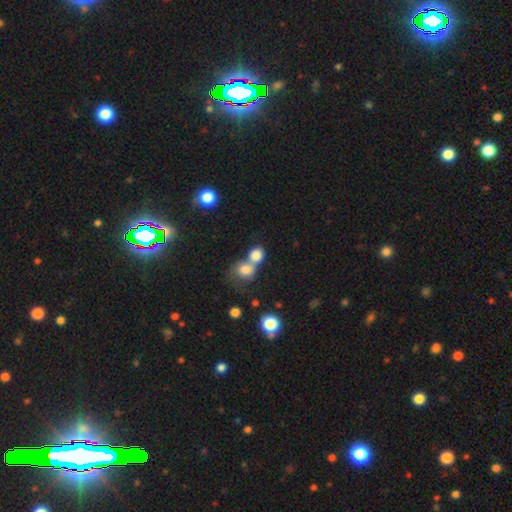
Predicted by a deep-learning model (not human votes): Smooth or featured? smooth (80%)
How rounded? round (67%)
Merging? merger (63%)